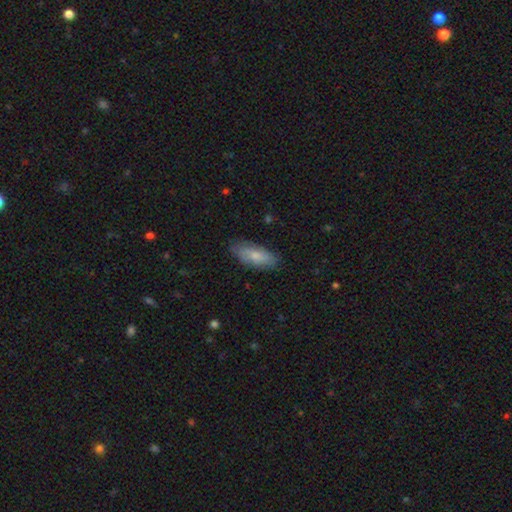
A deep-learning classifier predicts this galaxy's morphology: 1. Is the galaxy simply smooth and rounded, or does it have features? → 74% smooth, 20% featured or disk, 6% star or artifact.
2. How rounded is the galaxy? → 80% in between, 18% cigar-shaped, 2% round.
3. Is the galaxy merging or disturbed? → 80% none, 16% minor disturbance, 3% major disturbance, 1% merger.